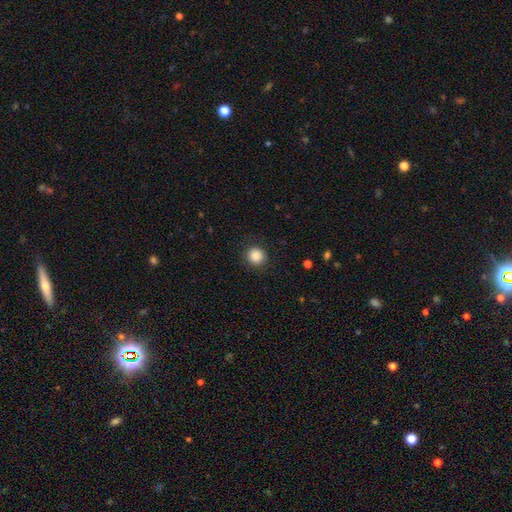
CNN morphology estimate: Smooth or featured? Predicted: smooth (p=0.87). How rounded? Predicted: round (p=0.92). Merging? Predicted: none (p=0.90).